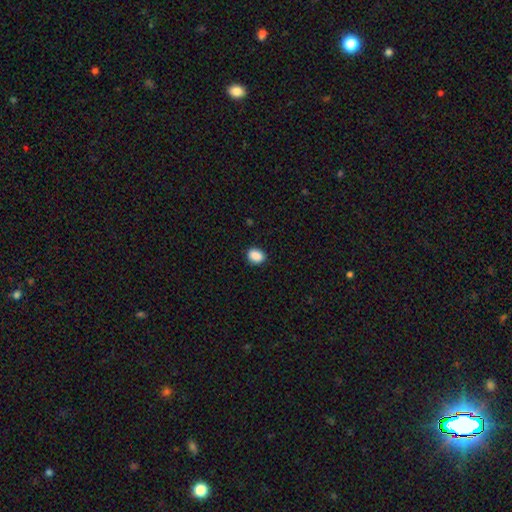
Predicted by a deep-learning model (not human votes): Smooth or featured? Predicted: smooth (p=0.89). How rounded? Predicted: in between (p=0.60). Merging? Predicted: none (p=0.89).